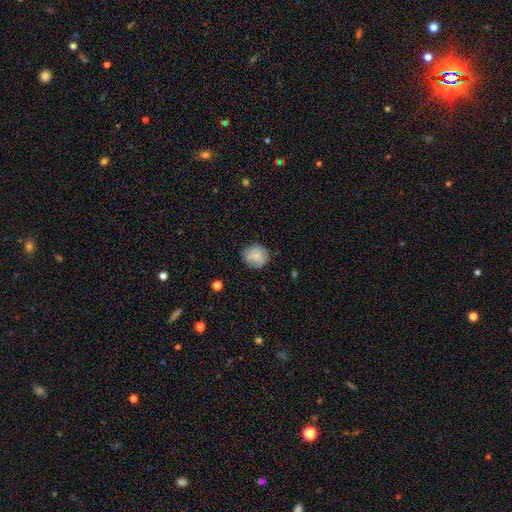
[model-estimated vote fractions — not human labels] Smooth or featured? smooth (78%)
How rounded? round (89%)
Merging? none (80%)